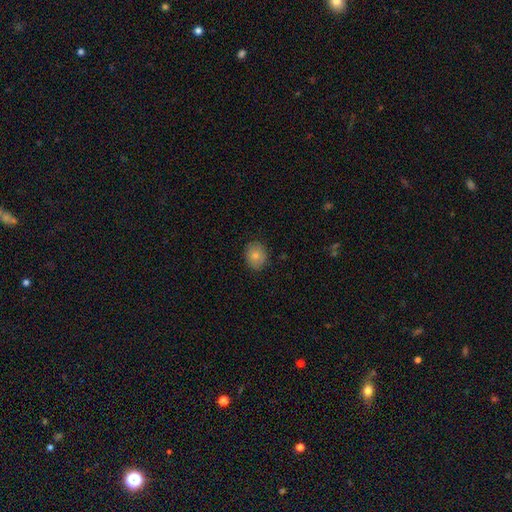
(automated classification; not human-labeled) smooth 80%, featured or disk 12%, star or artifact 9%. Down the decision tree: how rounded — round (61%); merging — none (86%).